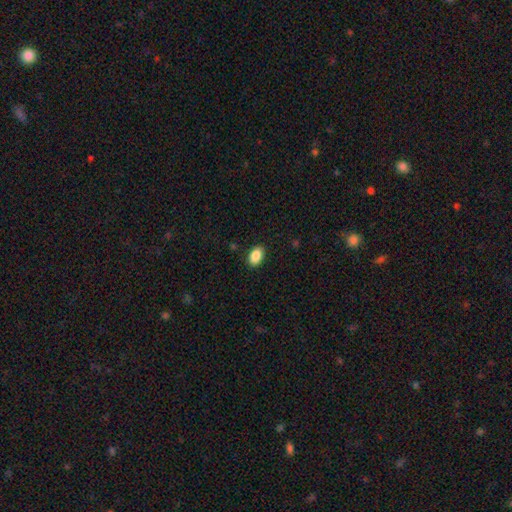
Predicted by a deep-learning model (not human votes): This appears to be a smooth galaxy with no disk features (89%) that is in between round and cigar-shaped (89%). Merging: none (89%).